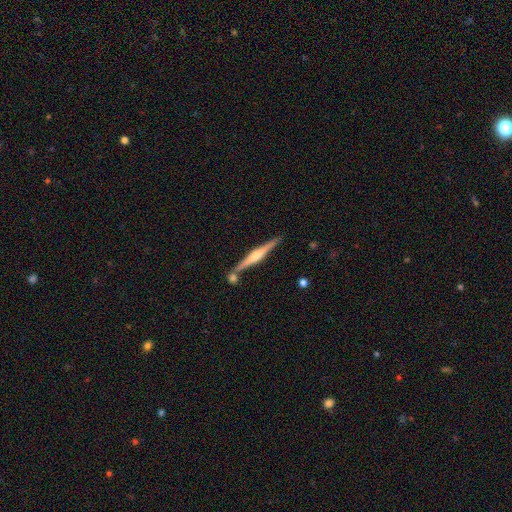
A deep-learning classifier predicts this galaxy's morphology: A featured or disk galaxy (78%) viewed edge-on (98%) with a rounded central bulge (84%). Merging: none (82%).